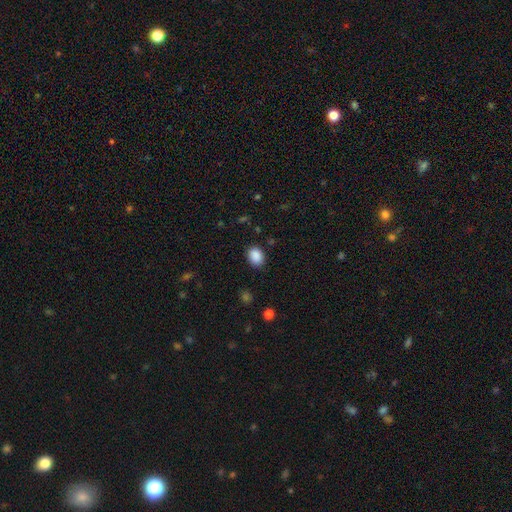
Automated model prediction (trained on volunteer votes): Smooth or featured? Predicted: smooth (p=0.89). How rounded? Predicted: in between (p=0.62). Merging? Predicted: none (p=0.85).